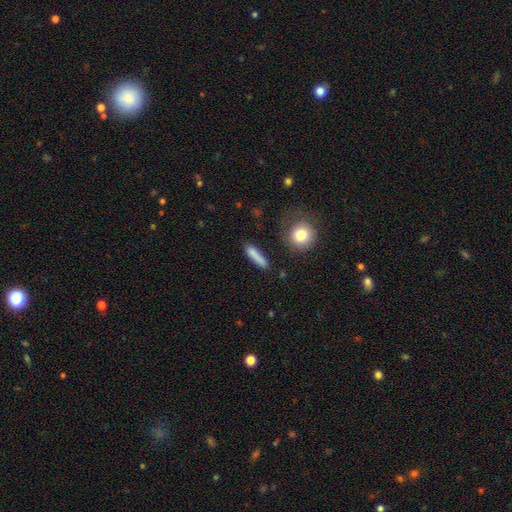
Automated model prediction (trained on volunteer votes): This is clearly a smooth galaxy (82%). How rounded: clearly cigar-shaped (82%). Merging: likely none (79%).